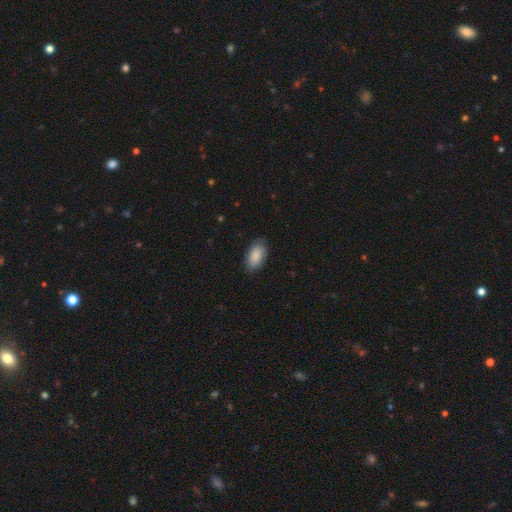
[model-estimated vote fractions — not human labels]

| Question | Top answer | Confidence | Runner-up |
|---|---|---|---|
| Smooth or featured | smooth | 88% | featured or disk (6%) |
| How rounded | in between | 94% | cigar-shaped (3%) |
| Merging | none | 83% | minor disturbance (13%) |